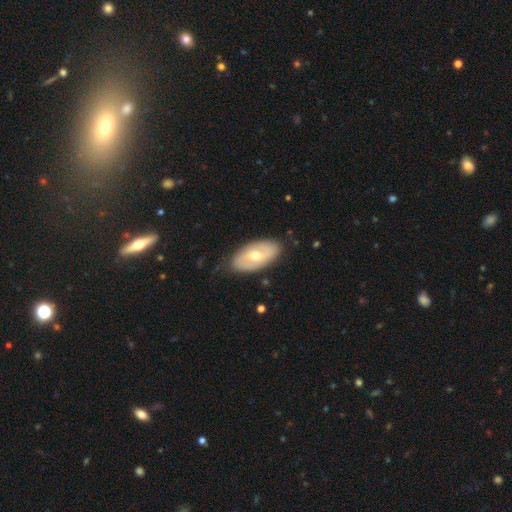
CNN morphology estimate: type=featured or disk (53%); edge-on=no (90%); merging=none (82%).